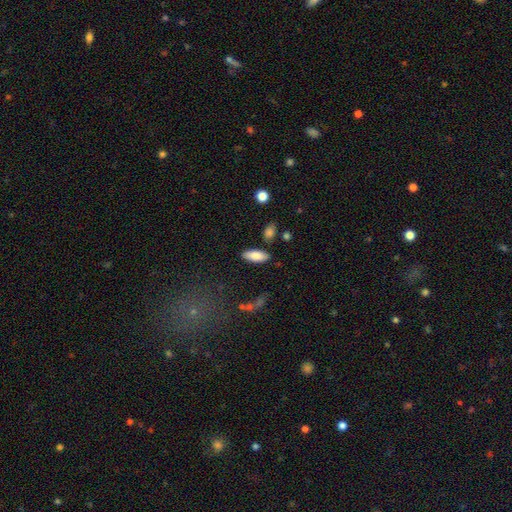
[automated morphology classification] Smooth or featured?
  - smooth: 84% *
  - featured or disk: 10%
  - star or artifact: 6%
How rounded?
  - in between: 78% *
  - cigar-shaped: 20%
  - round: 2%
Merging?
  - none: 83% *
  - minor disturbance: 10%
  - merger: 4%
  - major disturbance: 3%